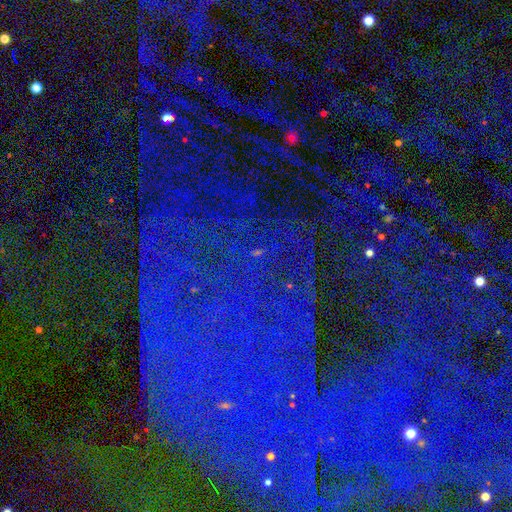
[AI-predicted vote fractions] This is clearly a star or artifact rather than a galaxy (85%).